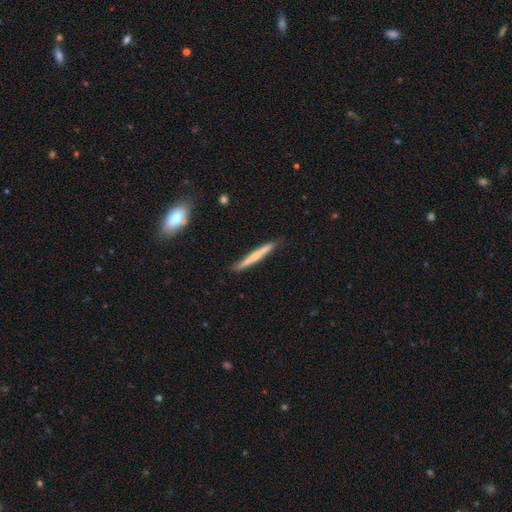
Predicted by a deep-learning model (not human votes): Morphology: type=smooth (56%); roundness=cigar-shaped (96%); merging=none (88%).